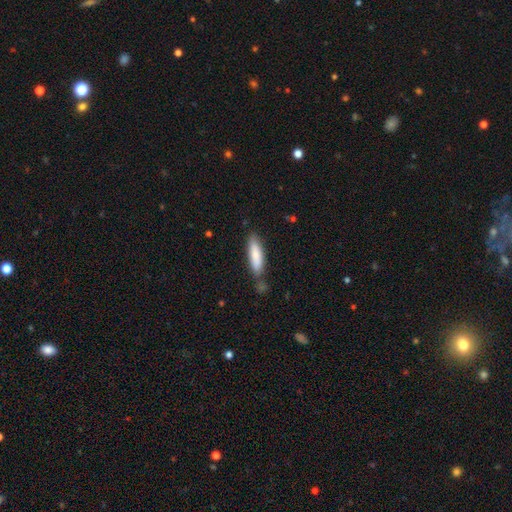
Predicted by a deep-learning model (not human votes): Overall: smooth (80%). How rounded: cigar-shaped (65%; in between 34%). Merging: none (71%).